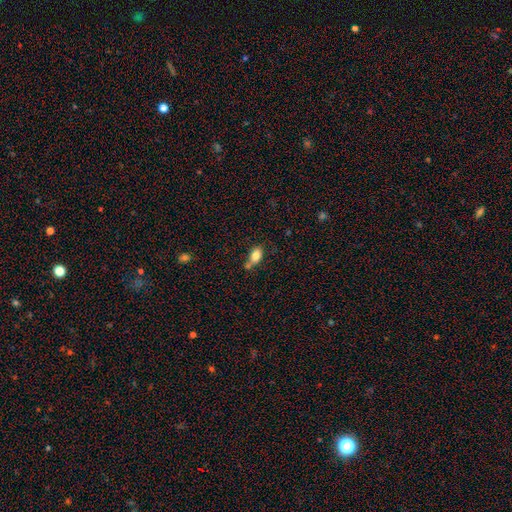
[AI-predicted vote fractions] A smooth galaxy with no disk features (81%) that is in between round and cigar-shaped (86%).

Vote fractions:
- Smooth or featured? smooth: 81% / featured or disk: 10% / star or artifact: 9%
- How rounded? in between: 86% / round: 10% / cigar-shaped: 3%
- Merging? none: 47% / merger: 29% / minor disturbance: 18% / major disturbance: 6%